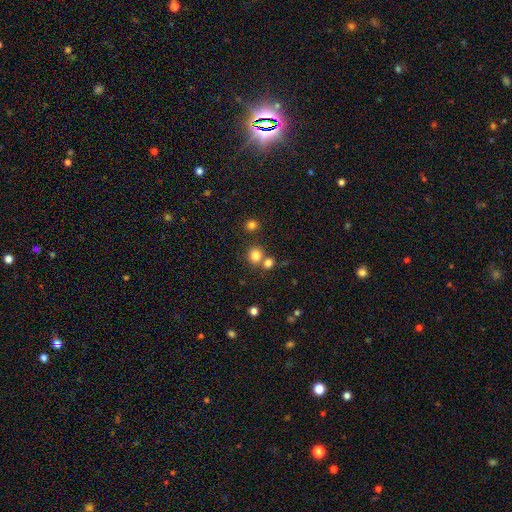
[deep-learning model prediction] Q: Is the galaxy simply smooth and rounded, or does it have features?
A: smooth — 79%.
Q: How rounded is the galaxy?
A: round — 85%.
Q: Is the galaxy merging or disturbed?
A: none — 62%.